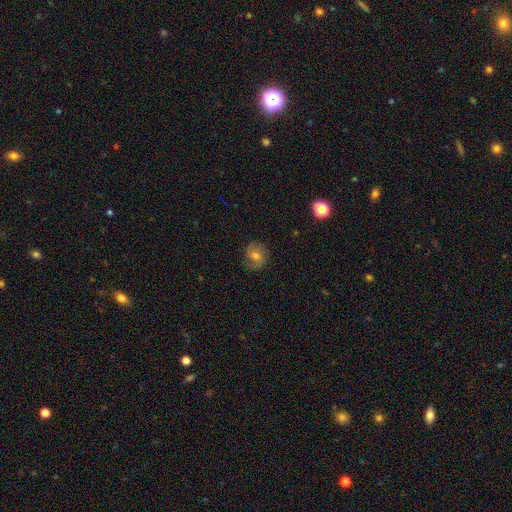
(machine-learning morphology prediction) smooth-or-featured: featured or disk: 55% | smooth: 32% | star or artifact: 12%
  disk-edge-on: no: 97% | yes: 3%
    bar: no: 50% | weak: 41% | strong: 9%
    has-spiral-arms: yes: 88% | no: 12%
    bulge-size: moderate: 59% | small: 31% | large: 6% | none: 3% | dominant: 1%
  merging: none: 79% | minor disturbance: 15% | major disturbance: 6% | merger: 1%